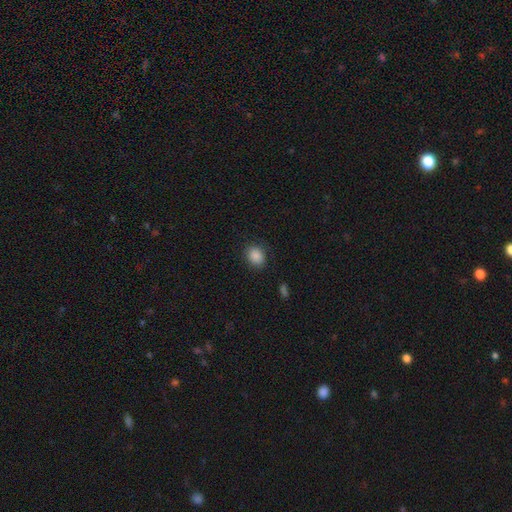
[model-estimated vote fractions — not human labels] Smooth or featured? Predicted: smooth (p=0.87). How rounded? Predicted: round (p=0.53). Merging? Predicted: none (p=0.86).